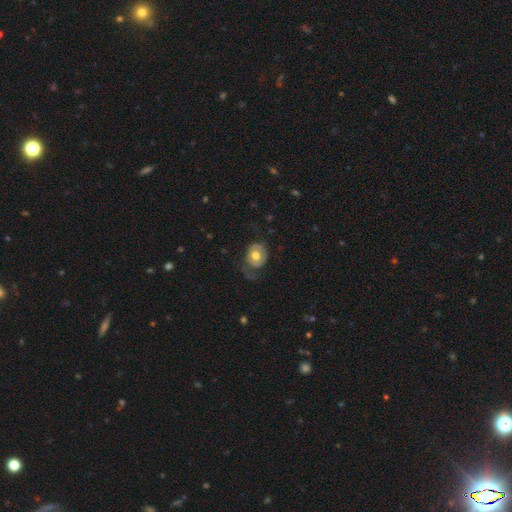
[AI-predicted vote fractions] This is possibly a smooth galaxy (48%). Merging: marginally none (42%).